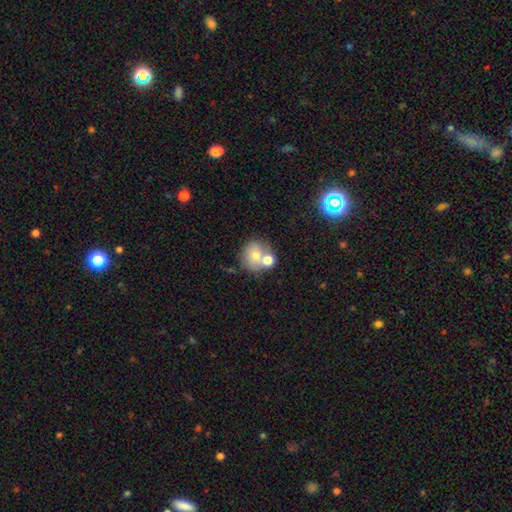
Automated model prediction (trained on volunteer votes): smooth-or-featured: smooth: 68% | featured or disk: 21% | star or artifact: 11%
  how-rounded: round: 84% | in between: 16% | cigar-shaped: 1%
  merging: none: 48% | merger: 37% | minor disturbance: 11% | major disturbance: 4%